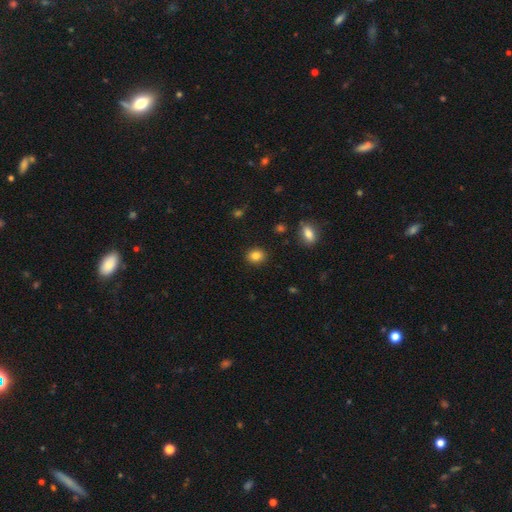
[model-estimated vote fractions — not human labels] Smooth or featured?
  - smooth: 84% *
  - star or artifact: 10%
  - featured or disk: 5%
How rounded?
  - round: 67% *
  - in between: 32%
  - cigar-shaped: 1%
Merging?
  - none: 90% *
  - minor disturbance: 7%
  - major disturbance: 2%
  - merger: 1%